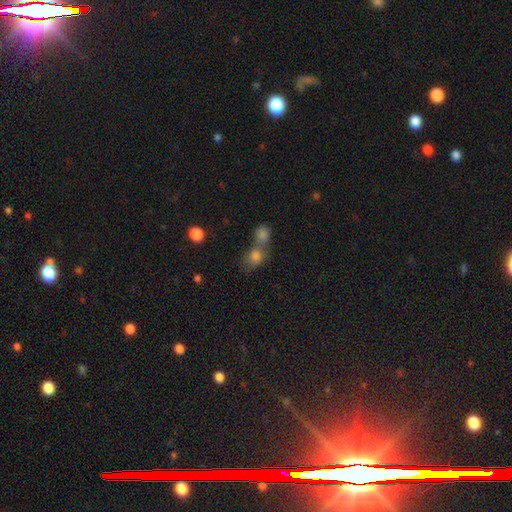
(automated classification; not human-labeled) Q: Smooth or featured?
A: smooth (75%); runner-up: star or artifact (14%)
Q: How rounded?
A: in between (53%); runner-up: round (45%)
Q: Merging?
A: merger (60%); runner-up: none (28%)